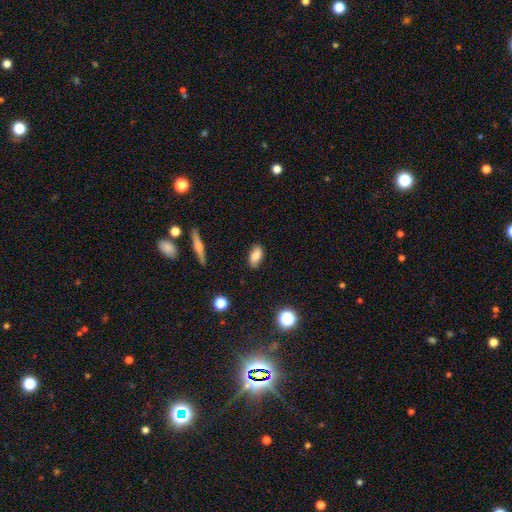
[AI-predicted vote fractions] A smooth galaxy with no disk features (83%) that is in between round and cigar-shaped (88%).

Vote fractions:
- Smooth or featured? smooth: 83% / featured or disk: 9% / star or artifact: 8%
- How rounded? in between: 88% / cigar-shaped: 7% / round: 5%
- Merging? none: 84% / minor disturbance: 12% / major disturbance: 2% / merger: 1%